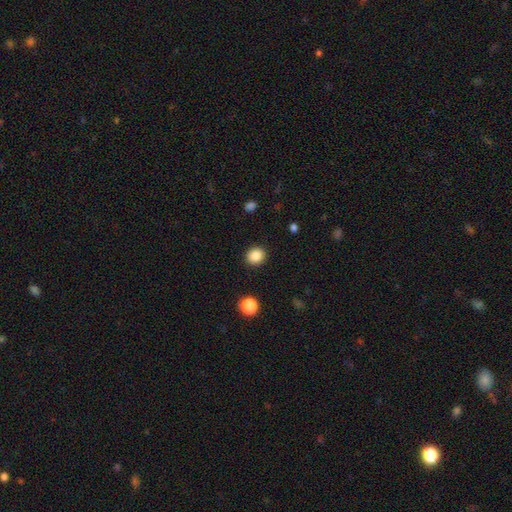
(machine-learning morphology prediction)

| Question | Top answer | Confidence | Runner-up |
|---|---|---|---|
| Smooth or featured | smooth | 86% | star or artifact (10%) |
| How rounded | round | 81% | in between (18%) |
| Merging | none | 91% | minor disturbance (6%) |